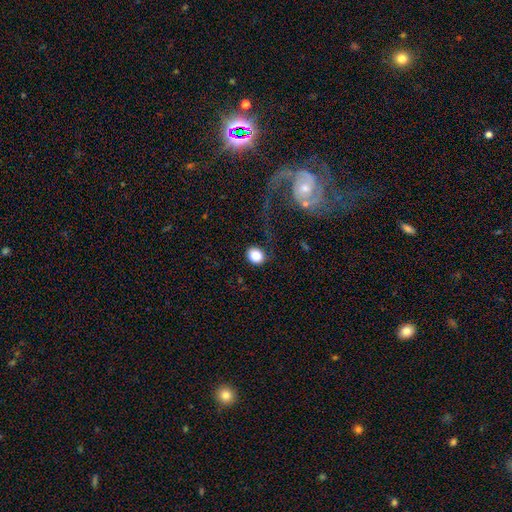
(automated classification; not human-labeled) Smooth or featured: smooth — 86% (star or artifact — 8%)
How rounded: round — 58% (in between — 41%)
Merging: none — 78% (minor disturbance — 13%)